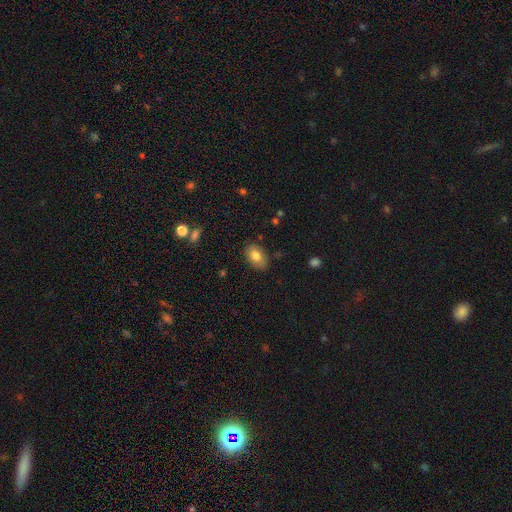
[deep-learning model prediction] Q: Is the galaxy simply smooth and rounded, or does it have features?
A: smooth — 79%.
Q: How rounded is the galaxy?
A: in between — 88%.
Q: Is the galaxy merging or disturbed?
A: none — 83%.